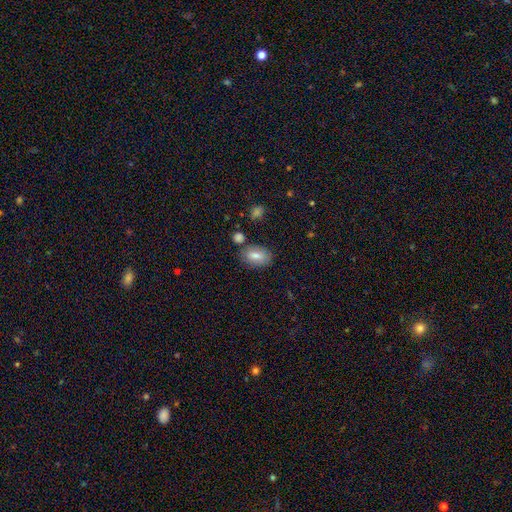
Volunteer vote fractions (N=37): smooth_or_featured: smooth (p=0.81) [alt: featured or disk p=0.11]
how_rounded: in between (p=0.87) [alt: round p=0.10]
merging: none (p=0.88) [alt: minor disturbance p=0.06]